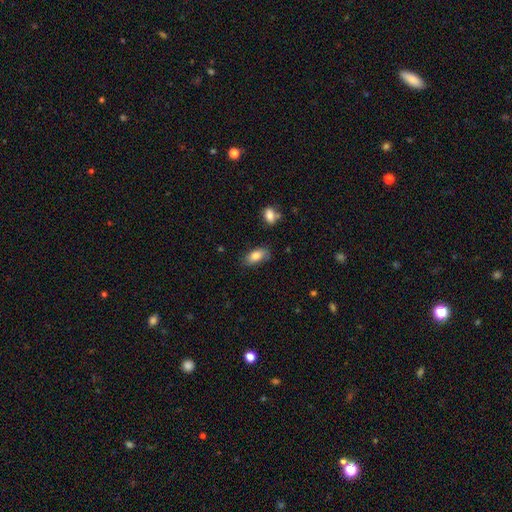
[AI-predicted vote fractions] Overall: smooth (82%). How rounded: in between (90%). Merging: none (76%).